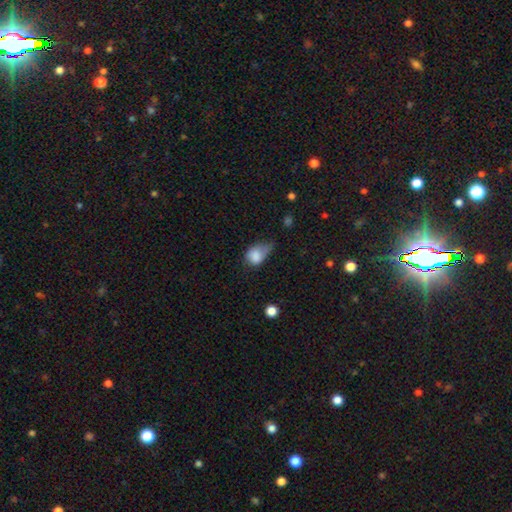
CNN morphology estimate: Smooth or featured: smooth — 79% (featured or disk — 12%)
How rounded: in between — 62% (round — 36%)
Merging: minor disturbance — 43% (major disturbance — 31%)